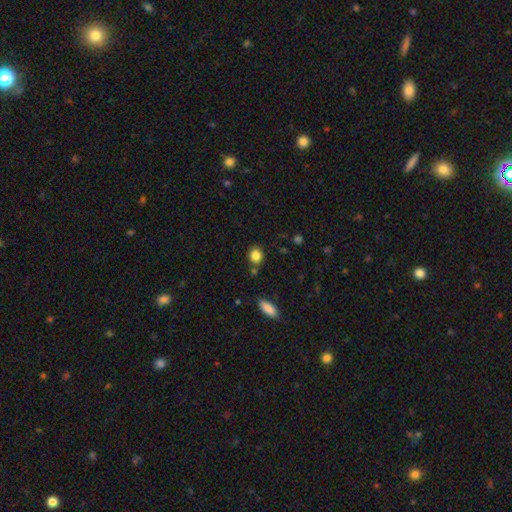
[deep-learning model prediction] A smooth galaxy with no disk features (84%) that is round (71%). Merging: none (78%).